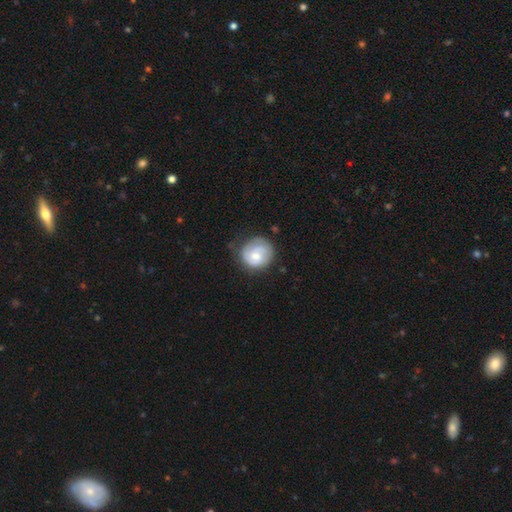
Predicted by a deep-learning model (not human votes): Smooth or featured? Predicted: smooth (p=0.49). Merging? Predicted: none (p=0.65).